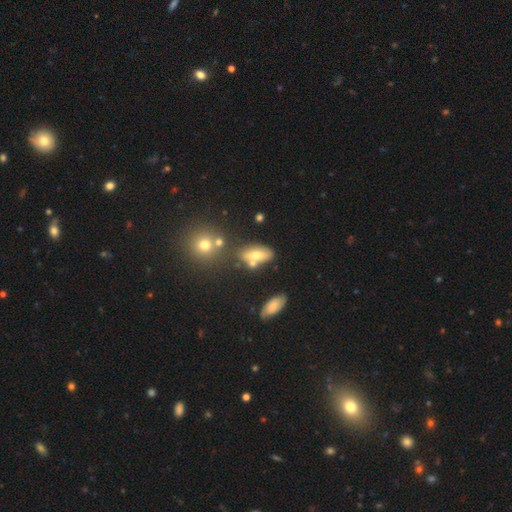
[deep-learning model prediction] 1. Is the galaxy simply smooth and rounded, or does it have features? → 62% smooth, 26% featured or disk, 12% star or artifact.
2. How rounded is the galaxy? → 82% in between, 10% cigar-shaped, 8% round.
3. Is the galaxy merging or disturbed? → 53% none, 23% merger, 17% minor disturbance, 6% major disturbance.